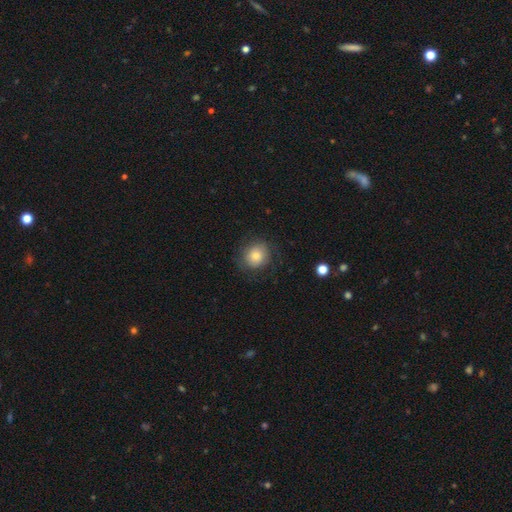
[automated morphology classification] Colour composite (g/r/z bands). It shows a smooth galaxy with no disk features (74%) that is round (85%). Merging: none (77%).